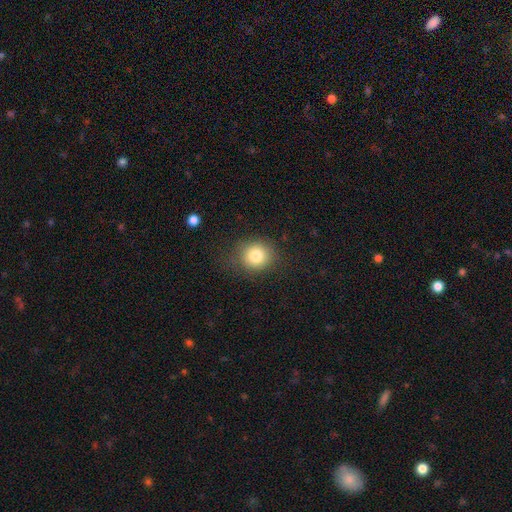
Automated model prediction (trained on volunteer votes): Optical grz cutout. It shows a smooth galaxy with no disk features (81%) that is round (82%). Merging: none (81%).